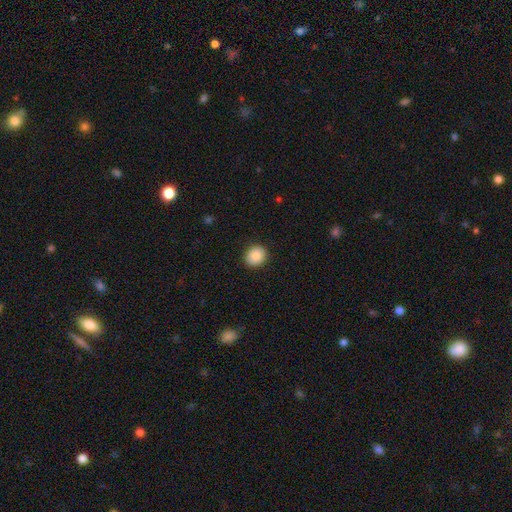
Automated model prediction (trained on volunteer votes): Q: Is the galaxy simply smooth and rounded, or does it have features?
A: smooth — 87%.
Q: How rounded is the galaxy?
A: round — 75%.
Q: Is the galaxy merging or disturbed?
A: none — 91%.